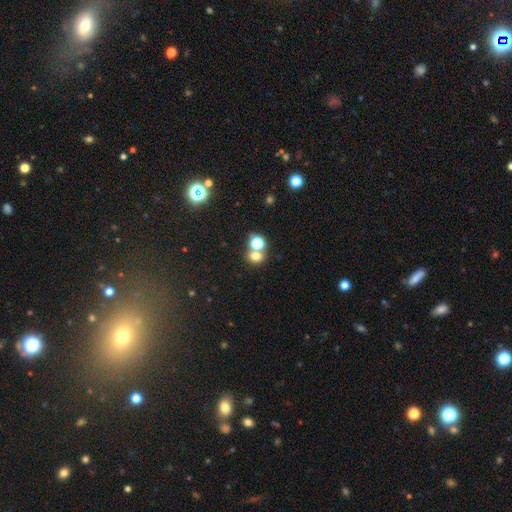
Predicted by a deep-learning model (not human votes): This is likely a smooth galaxy (70%). How rounded: likely round (66%). Merging: possibly none (48%).